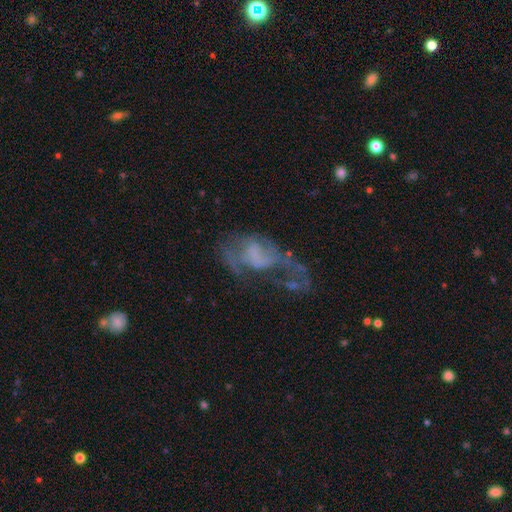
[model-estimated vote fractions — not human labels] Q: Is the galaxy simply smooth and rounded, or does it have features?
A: featured or disk — 65%.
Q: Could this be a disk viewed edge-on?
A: no — 96%.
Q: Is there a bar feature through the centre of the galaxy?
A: no — 65%.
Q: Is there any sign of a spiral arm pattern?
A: yes — 52%.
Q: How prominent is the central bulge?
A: none — 63%.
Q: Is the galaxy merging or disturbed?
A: major disturbance — 52%.